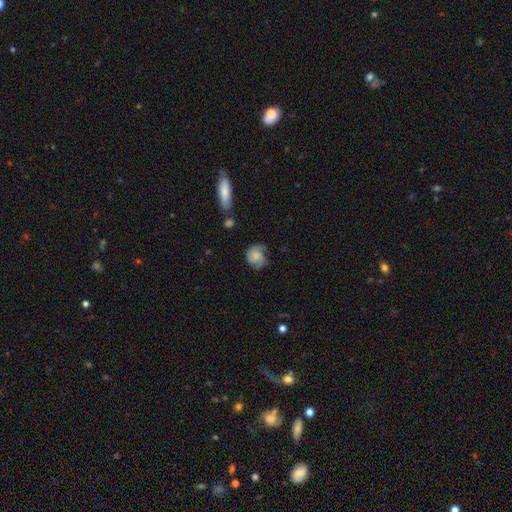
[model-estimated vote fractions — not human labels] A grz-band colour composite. It shows a featured or disk galaxy (52%) with no bar (72%), spiral arms (89%) and a small central bulge (31%, tied with moderate). Merging: none (59%).